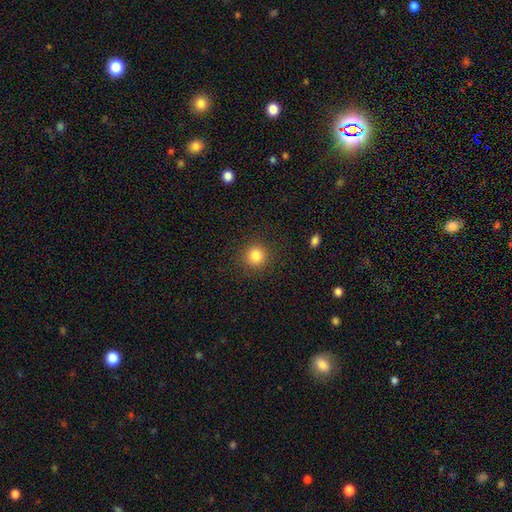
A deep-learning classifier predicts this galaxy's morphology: The model was most divided on "smooth or featured": smooth: 83%, star or artifact: 11%, featured or disk: 5%. More confident: how rounded — round (93%); merging — none (90%).